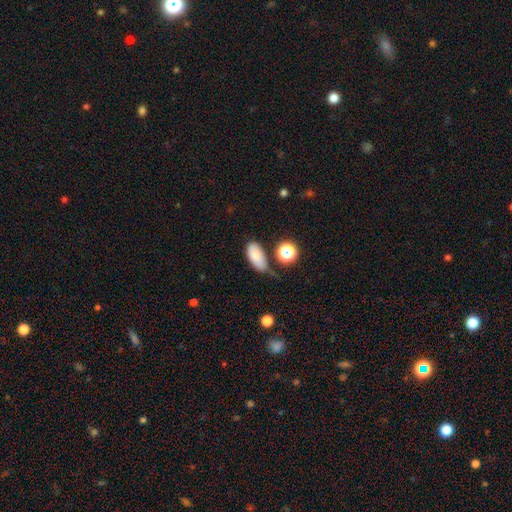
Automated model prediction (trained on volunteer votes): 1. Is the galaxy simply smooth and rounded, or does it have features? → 82% smooth, 10% star or artifact, 8% featured or disk.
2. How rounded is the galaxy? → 90% in between, 5% round, 5% cigar-shaped.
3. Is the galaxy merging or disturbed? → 55% none, 28% minor disturbance, 9% major disturbance, 8% merger.